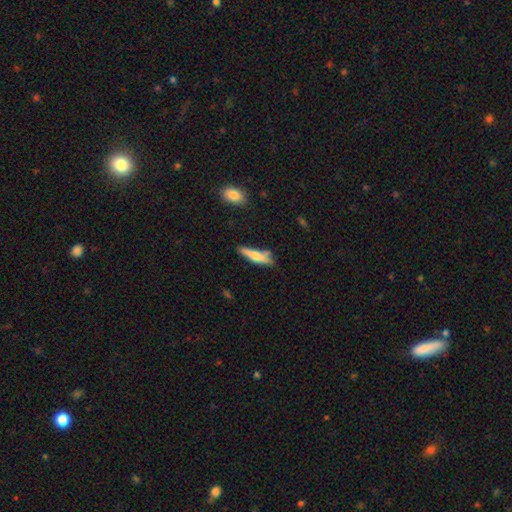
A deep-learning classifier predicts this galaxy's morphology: This is possibly a smooth galaxy (59%). How rounded: clearly cigar-shaped (81%). Merging: likely none (69%).